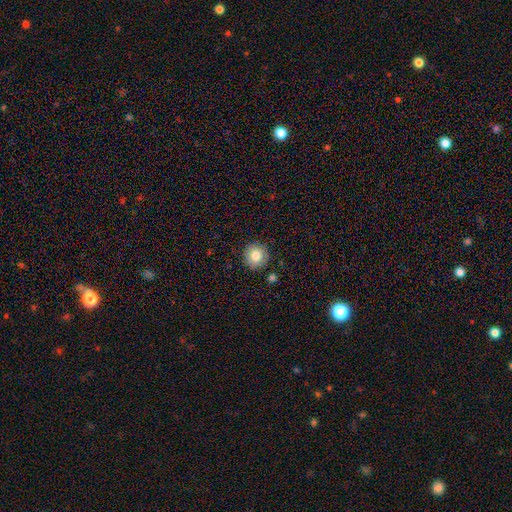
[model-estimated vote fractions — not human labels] Smooth or featured? smooth (82%)
How rounded? round (92%)
Merging? none (88%)